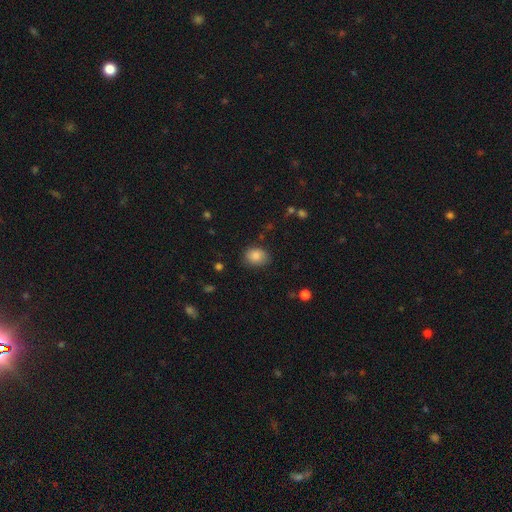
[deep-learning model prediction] Morphology: type=smooth (86%); roundness=in between (57%); merging=none (78%).